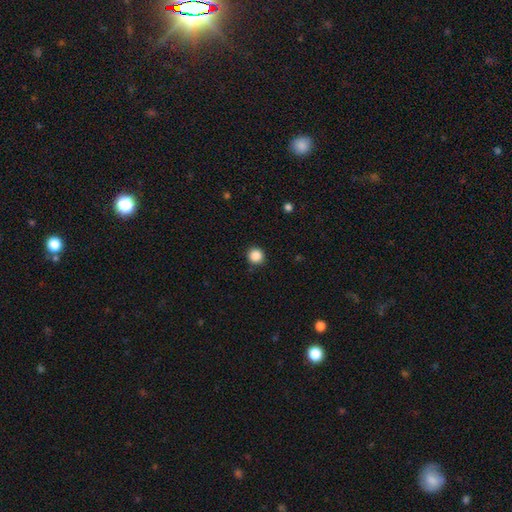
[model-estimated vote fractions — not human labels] A smooth galaxy with no disk features (87%) that is round (94%). Merging: none (91%).